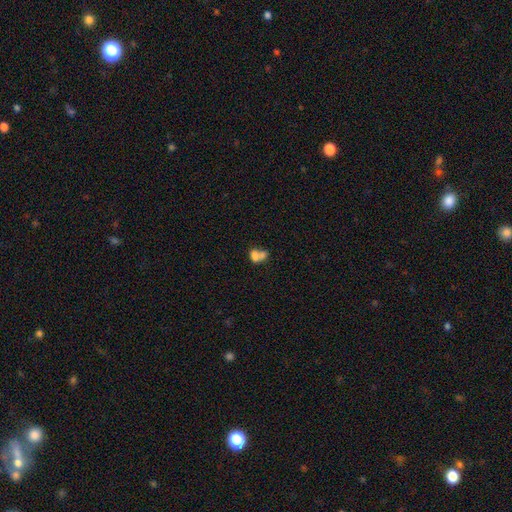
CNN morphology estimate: The model was most divided on "how rounded": in between: 64%, round: 35%, cigar-shaped: 2%. More confident: smooth or featured — smooth (69%); merging — merger (65%).